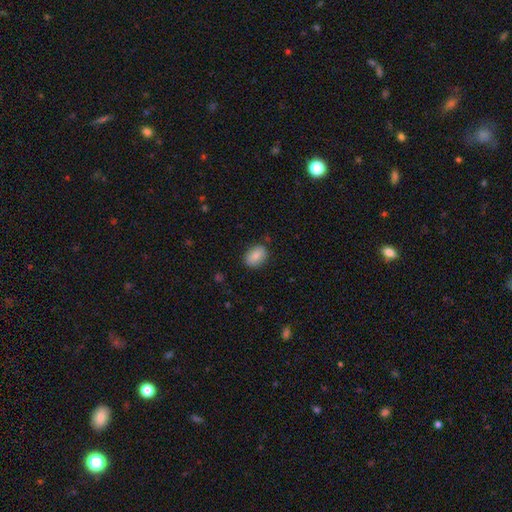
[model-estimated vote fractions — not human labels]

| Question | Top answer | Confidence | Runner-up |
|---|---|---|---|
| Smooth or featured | smooth | 78% | featured or disk (15%) |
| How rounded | in between | 73% | round (25%) |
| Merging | none | 84% | minor disturbance (12%) |